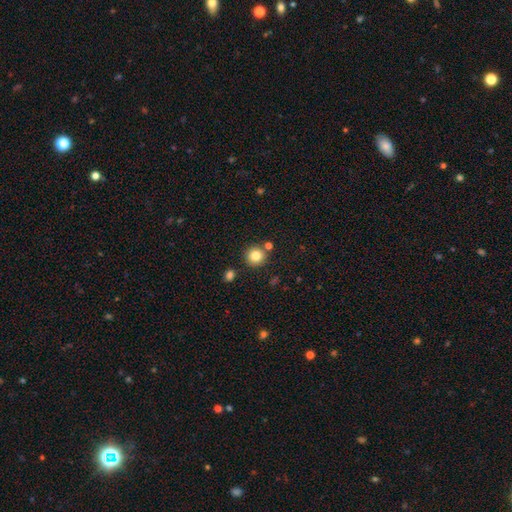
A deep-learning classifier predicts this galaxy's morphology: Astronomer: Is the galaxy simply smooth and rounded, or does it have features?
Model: smooth — 82%.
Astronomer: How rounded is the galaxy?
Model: round — 93%.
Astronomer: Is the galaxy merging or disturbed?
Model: none — 82%.